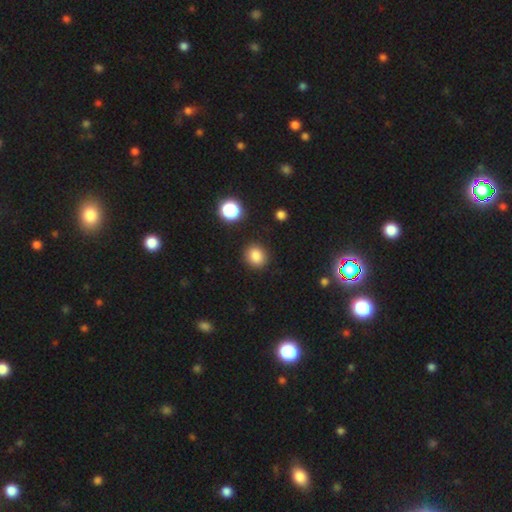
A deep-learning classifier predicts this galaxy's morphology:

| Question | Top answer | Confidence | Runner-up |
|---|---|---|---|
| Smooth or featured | smooth | 85% | star or artifact (11%) |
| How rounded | round | 78% | in between (21%) |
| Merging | none | 88% | minor disturbance (7%) |